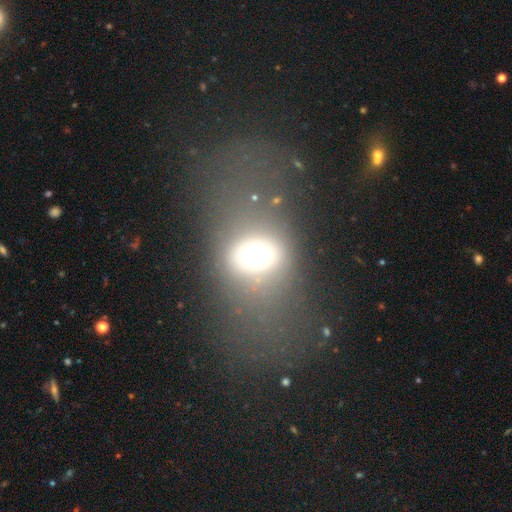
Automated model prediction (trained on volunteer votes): This is likely a smooth galaxy (60%). How rounded: possibly in between (49%, tied with round). Merging: possibly none (54%).